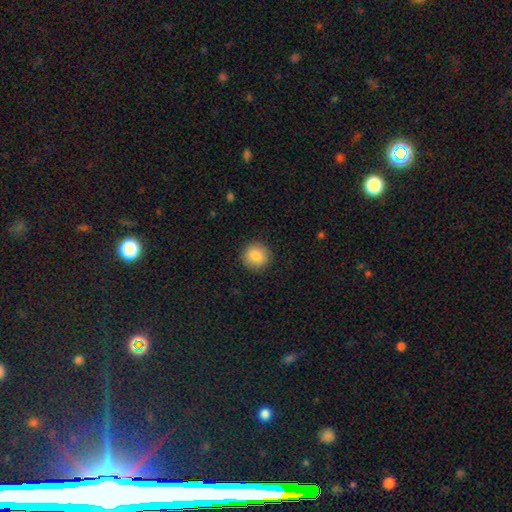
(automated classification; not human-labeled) The model was most divided on "smooth or featured": smooth: 86%, star or artifact: 8%, featured or disk: 6%. More confident: how rounded — round (92%); merging — none (91%).